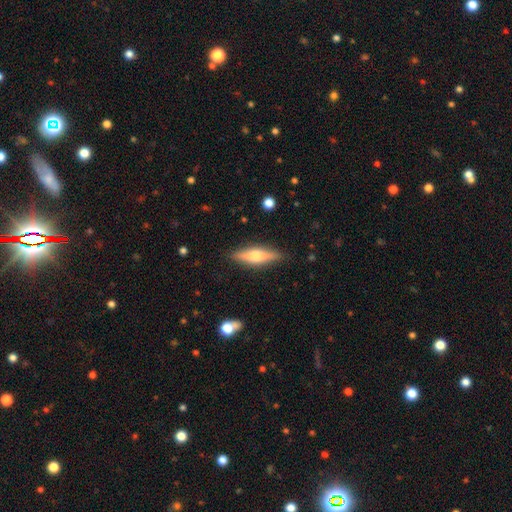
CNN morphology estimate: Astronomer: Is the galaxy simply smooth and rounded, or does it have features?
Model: featured or disk — 51% (runner-up: smooth, 43%).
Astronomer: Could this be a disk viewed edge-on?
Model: yes — 92%.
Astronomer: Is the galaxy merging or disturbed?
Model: none — 88%.